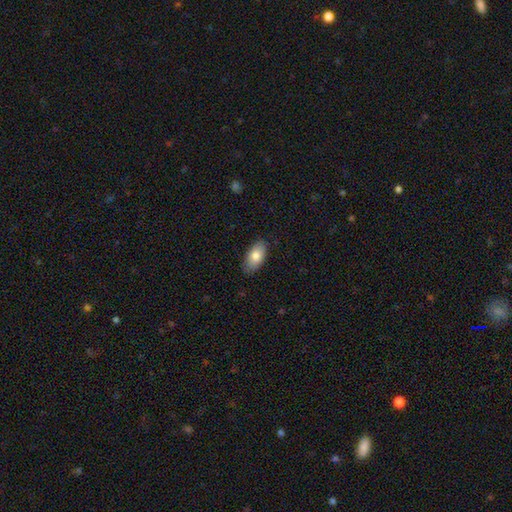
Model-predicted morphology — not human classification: Q: Smooth or featured?
A: smooth (80%); runner-up: featured or disk (13%)
Q: How rounded?
A: in between (94%); runner-up: round (3%)
Q: Merging?
A: none (85%); runner-up: minor disturbance (12%)